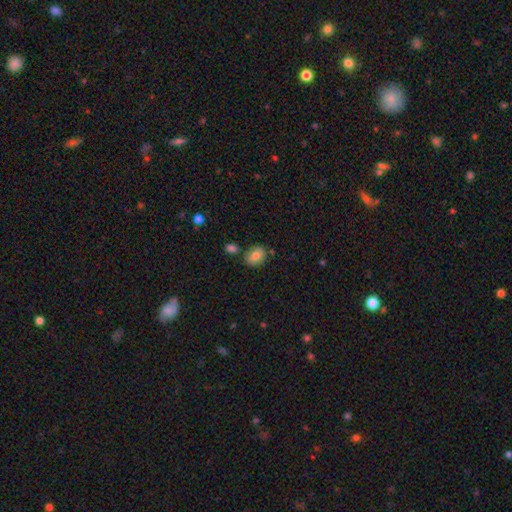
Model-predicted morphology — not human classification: This appears to be a smooth galaxy with no disk features (80%) that is in between round and cigar-shaped (59%). Merging: none (74%).